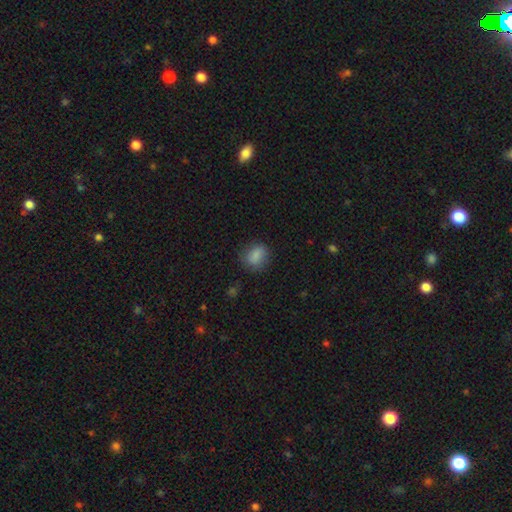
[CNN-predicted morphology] A smooth galaxy with no disk features (86%) that is in between round and cigar-shaped (59%). Merging: none (78%).